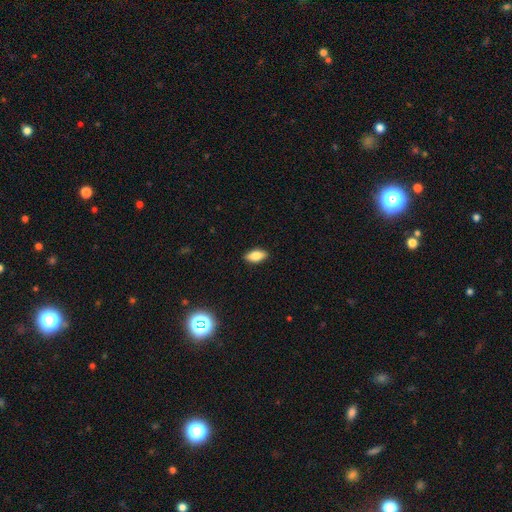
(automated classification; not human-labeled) The model was most divided on "smooth or featured": smooth: 81%, featured or disk: 11%, star or artifact: 8%. More confident: merging — none (89%); how rounded — in between (88%).